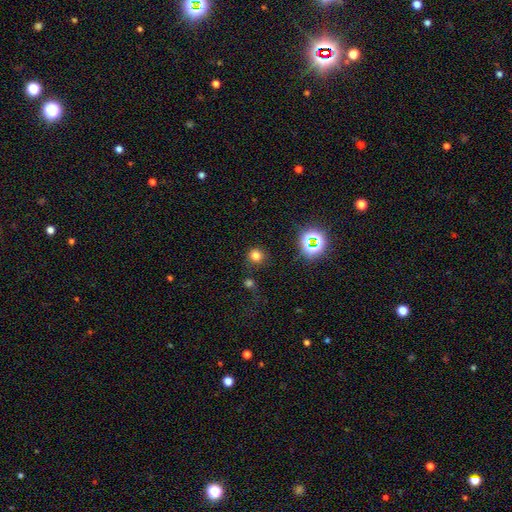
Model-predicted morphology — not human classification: Smooth or featured? smooth (72%)
How rounded? round (92%)
Merging? none (82%)